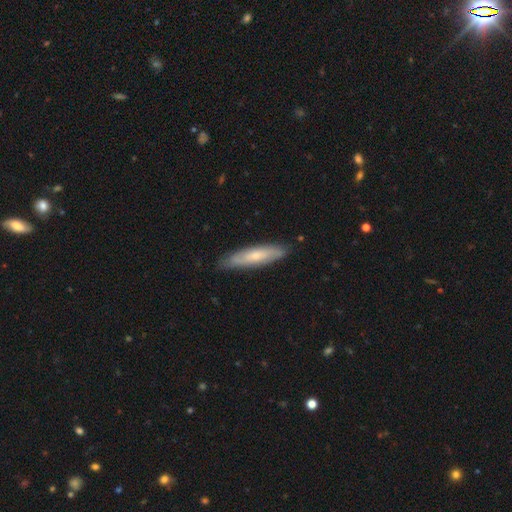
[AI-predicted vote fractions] Smooth or featured? Predicted: smooth (p=0.55). How rounded? Predicted: cigar-shaped (p=0.79). Merging? Predicted: none (p=0.84).